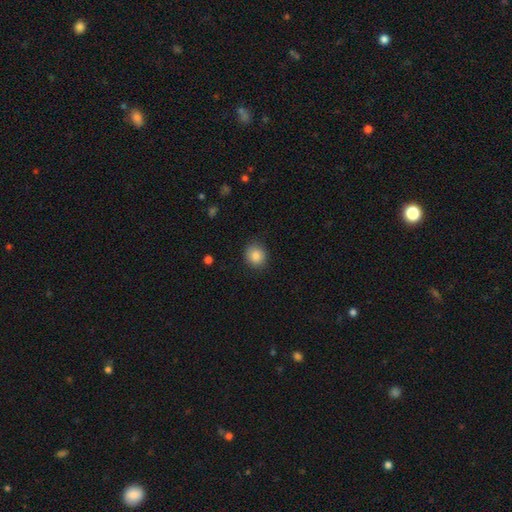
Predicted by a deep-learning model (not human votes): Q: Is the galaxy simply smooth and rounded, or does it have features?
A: smooth — 86%.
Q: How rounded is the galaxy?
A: round — 80%.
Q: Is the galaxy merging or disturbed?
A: none — 85%.